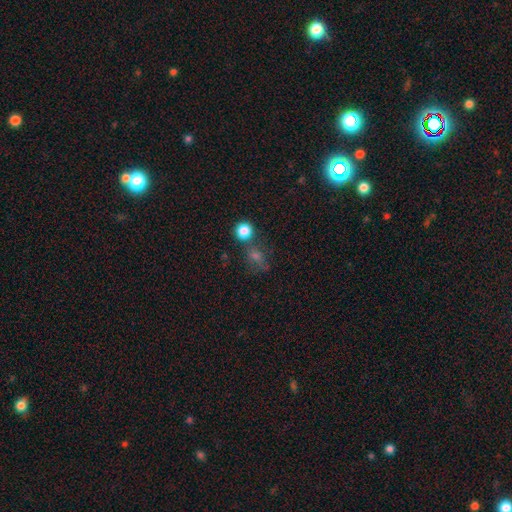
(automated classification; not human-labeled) This appears to be a smooth galaxy with no disk features (49%). Merging: none (54%).